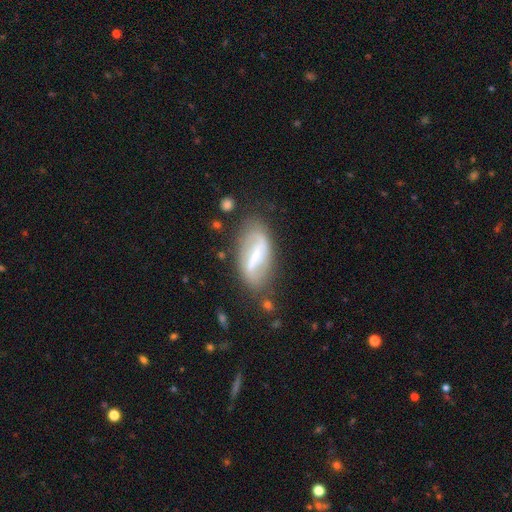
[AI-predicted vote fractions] This is likely a featured or disk galaxy (67%). It is clearly not viewed edge-on (89%). Bar: likely strong (63%). Spiral arm pattern: likely yes (67%). Central bulge: marginally small (44%). Merging: likely none (69%).